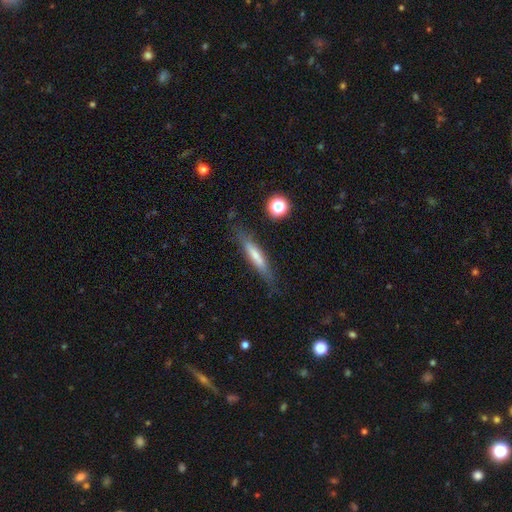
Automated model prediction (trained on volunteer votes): Smooth or featured: smooth — 59% (featured or disk — 33%)
How rounded: cigar-shaped — 88% (in between — 10%)
Merging: none — 76% (minor disturbance — 17%)